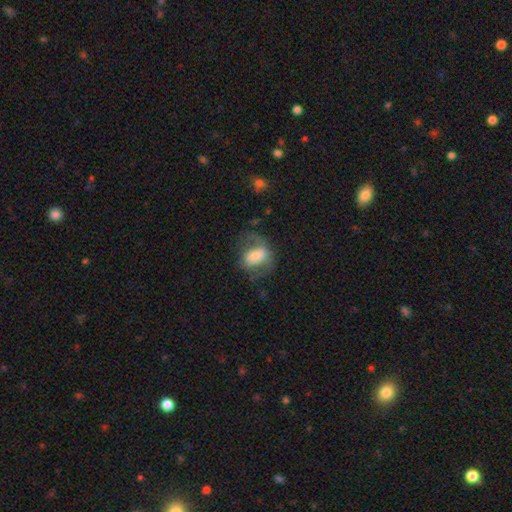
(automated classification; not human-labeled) smooth_or_featured: smooth (p=0.51) [alt: featured or disk p=0.41]
how_rounded: in between (p=0.76) [alt: round p=0.22]
merging: none (p=0.42) [alt: major disturbance p=0.31]